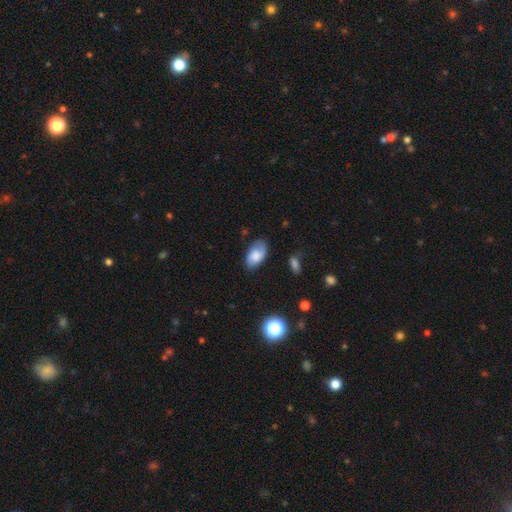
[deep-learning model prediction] A smooth galaxy with no disk features (73%) that is in between round and cigar-shaped (94%). Merging: none (73%).